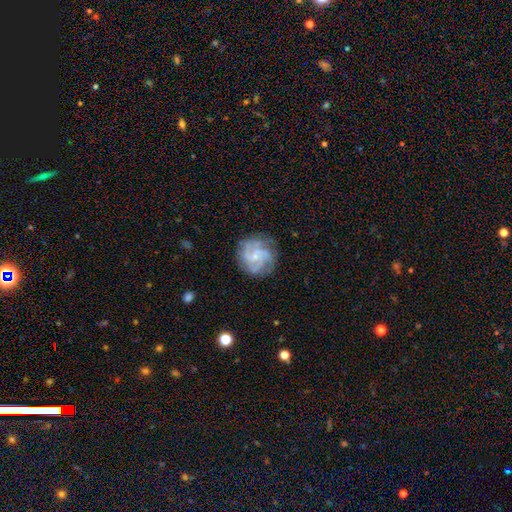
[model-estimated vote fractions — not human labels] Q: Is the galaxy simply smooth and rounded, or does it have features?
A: featured or disk — 81%.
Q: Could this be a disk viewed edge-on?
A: no — 98%.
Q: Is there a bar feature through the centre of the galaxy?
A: no — 65%.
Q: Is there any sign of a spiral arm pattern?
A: yes — 95%.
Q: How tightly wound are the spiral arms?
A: tight — 45%.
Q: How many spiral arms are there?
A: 3 — 32%.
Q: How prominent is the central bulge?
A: small — 76%.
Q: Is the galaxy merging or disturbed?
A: none — 77%.